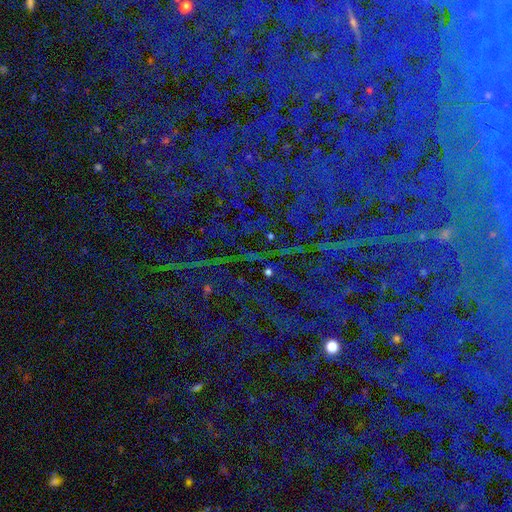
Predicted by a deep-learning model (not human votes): Smooth or featured?
  - star or artifact: 85% *
  - featured or disk: 8%
  - smooth: 7%